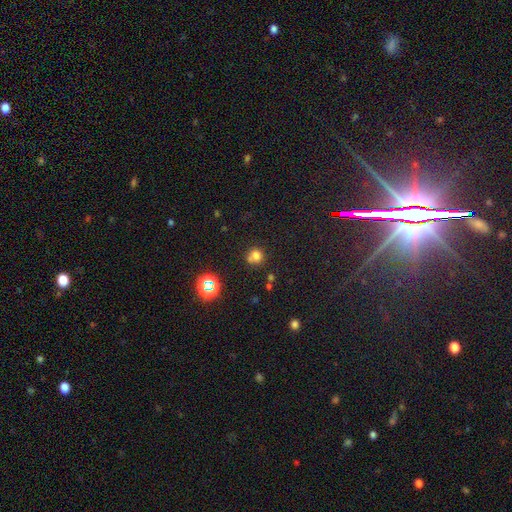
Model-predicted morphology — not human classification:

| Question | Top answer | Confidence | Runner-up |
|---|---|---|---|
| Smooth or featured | smooth | 71% | star or artifact (19%) |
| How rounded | round | 85% | in between (15%) |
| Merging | none | 58% | merger (25%) |